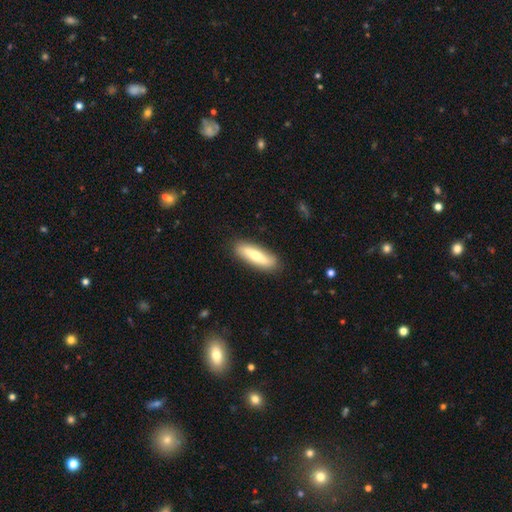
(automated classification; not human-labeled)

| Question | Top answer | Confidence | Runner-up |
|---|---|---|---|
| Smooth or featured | smooth | 59% | featured or disk (36%) |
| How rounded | cigar-shaped | 60% | in between (37%) |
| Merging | none | 87% | minor disturbance (9%) |